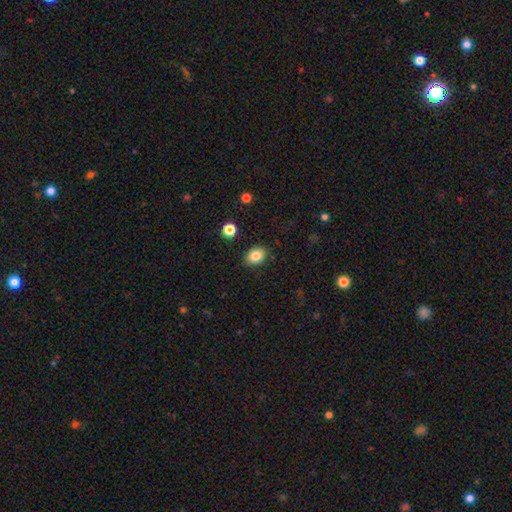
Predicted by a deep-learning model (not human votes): A smooth galaxy with no disk features (85%) that is in between round and cigar-shaped (70%). Merging: none (86%).